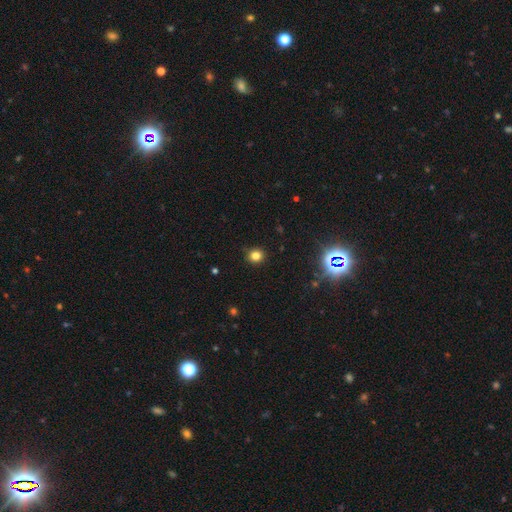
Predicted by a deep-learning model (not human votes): The model was most divided on "smooth or featured": smooth: 80%, star or artifact: 15%, featured or disk: 5%. More confident: merging — none (89%); how rounded — round (86%).